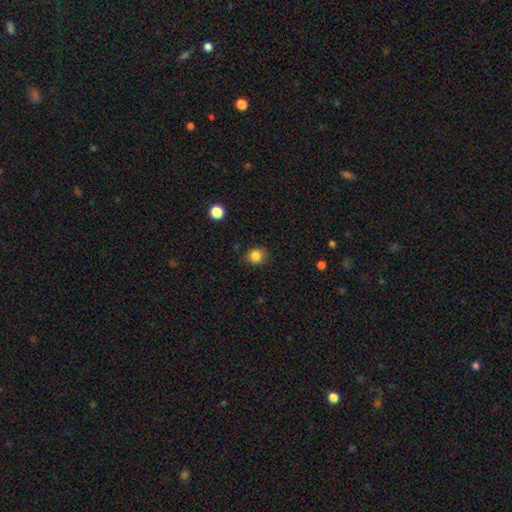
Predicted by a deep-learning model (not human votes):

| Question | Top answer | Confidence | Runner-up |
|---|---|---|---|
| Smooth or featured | smooth | 85% | star or artifact (11%) |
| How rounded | round | 77% | in between (22%) |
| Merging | none | 84% | minor disturbance (12%) |